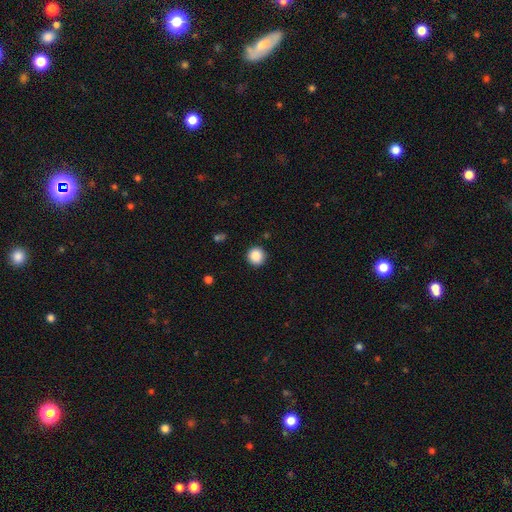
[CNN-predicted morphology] smooth 87%, star or artifact 9%, featured or disk 3%. Down the decision tree: how rounded — round (94%); merging — none (91%).